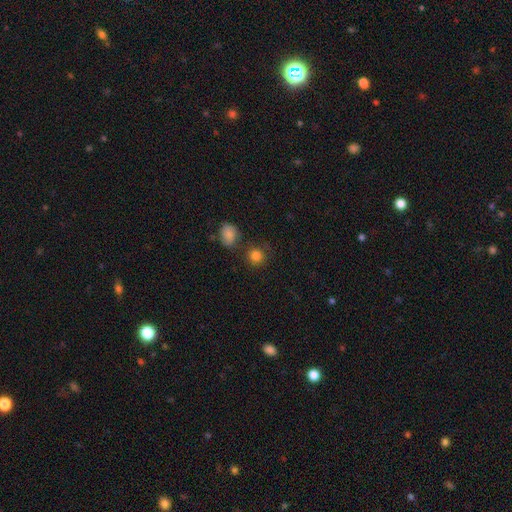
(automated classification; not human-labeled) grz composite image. It shows a smooth galaxy with no disk features (84%) that is round (89%). Merging: none (75%).